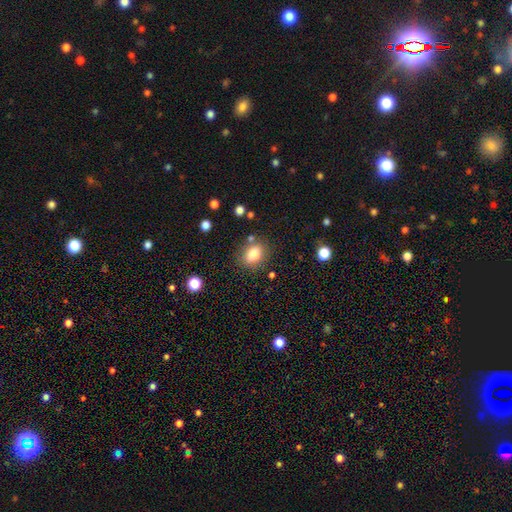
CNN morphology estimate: This is clearly a smooth galaxy (81%). How rounded: possibly in between (54%). Merging: likely none (79%).